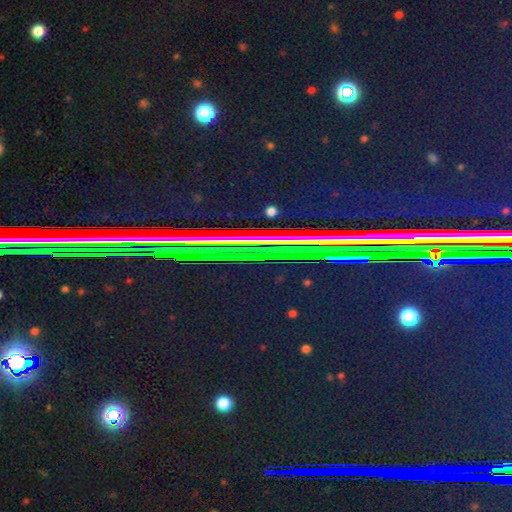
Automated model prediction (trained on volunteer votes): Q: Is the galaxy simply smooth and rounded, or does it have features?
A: star or artifact — 84%.